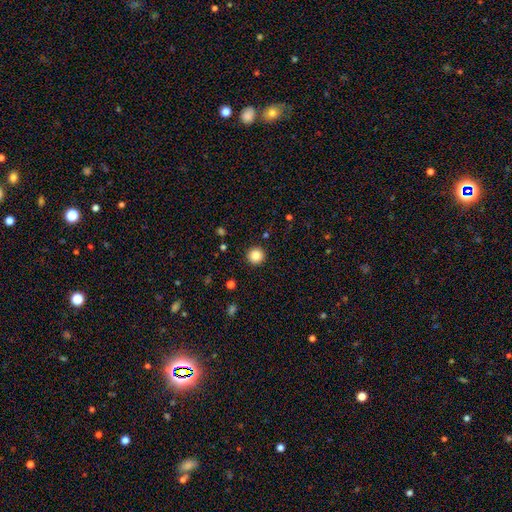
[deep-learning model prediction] The model was most divided on "smooth or featured": smooth: 85%, star or artifact: 10%, featured or disk: 4%. More confident: how rounded — round (96%); merging — none (93%).